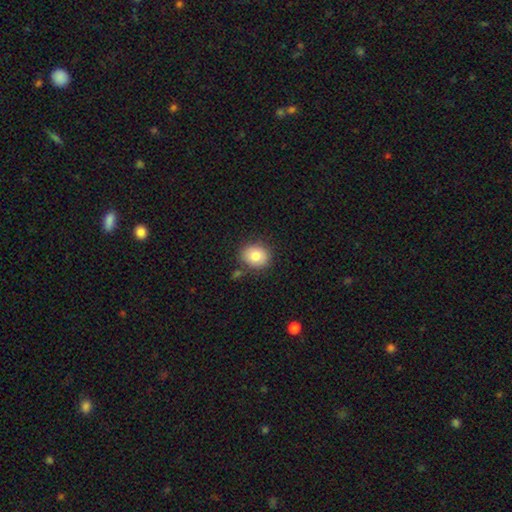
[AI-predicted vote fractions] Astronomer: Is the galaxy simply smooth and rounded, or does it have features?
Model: smooth — 81%.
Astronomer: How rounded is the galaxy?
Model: round — 66%.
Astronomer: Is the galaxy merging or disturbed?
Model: none — 81%.